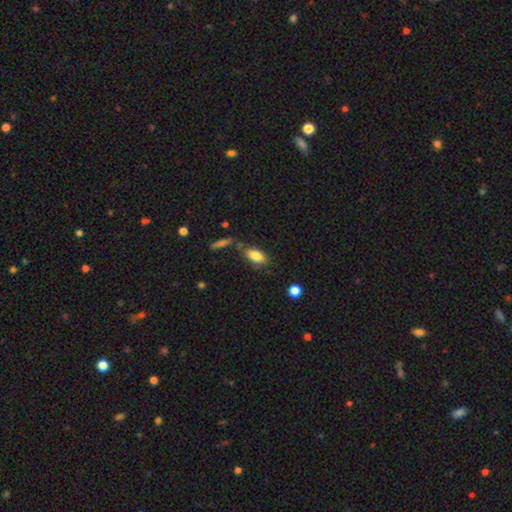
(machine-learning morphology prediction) Q: Smooth or featured?
A: smooth (82%); runner-up: featured or disk (11%)
Q: How rounded?
A: in between (89%); runner-up: cigar-shaped (7%)
Q: Merging?
A: none (64%); runner-up: minor disturbance (19%)